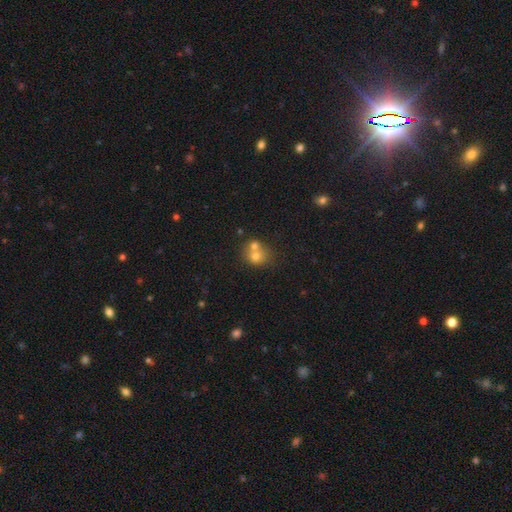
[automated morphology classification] type=smooth (70%); roundness=round (75%); merging=merger (55%).